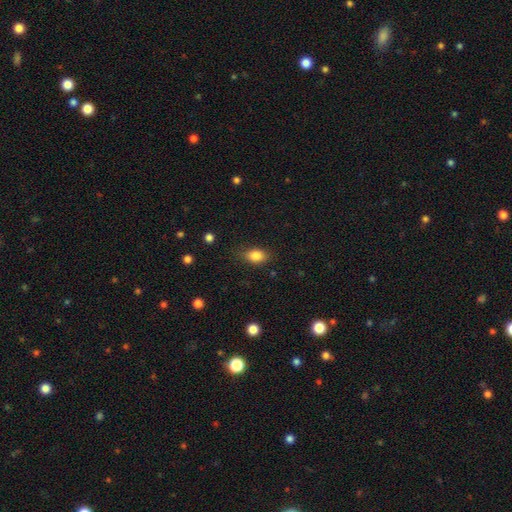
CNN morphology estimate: Smooth or featured: smooth — 86% (star or artifact — 9%)
How rounded: in between — 79% (round — 19%)
Merging: none — 79% (minor disturbance — 16%)